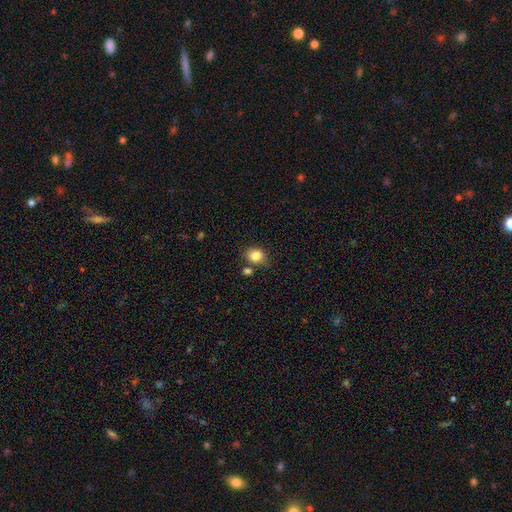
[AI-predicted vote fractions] This is clearly a smooth galaxy (82%). How rounded: likely round (67%). Merging: likely none (72%).